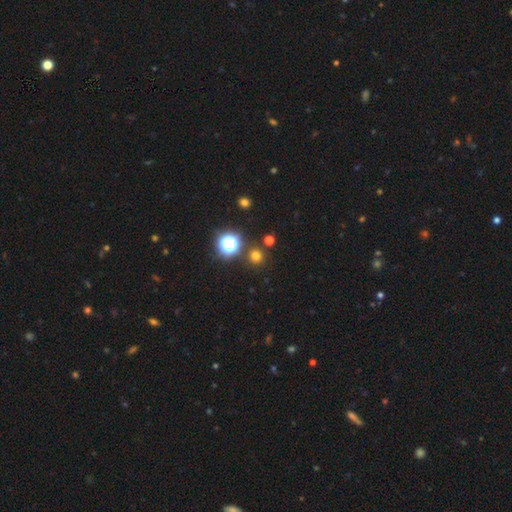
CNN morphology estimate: smooth 69%, star or artifact 25%, featured or disk 6%. Down the decision tree: how rounded — round (94%); merging — none (87%).